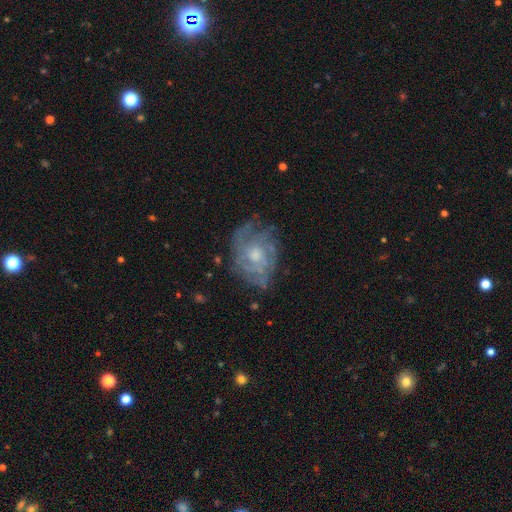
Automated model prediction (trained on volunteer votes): A featured or disk galaxy (76%) with no bar (79%), tight (56%) spiral arms (84%) and a moderate central bulge (60%). Merging: none (66%).